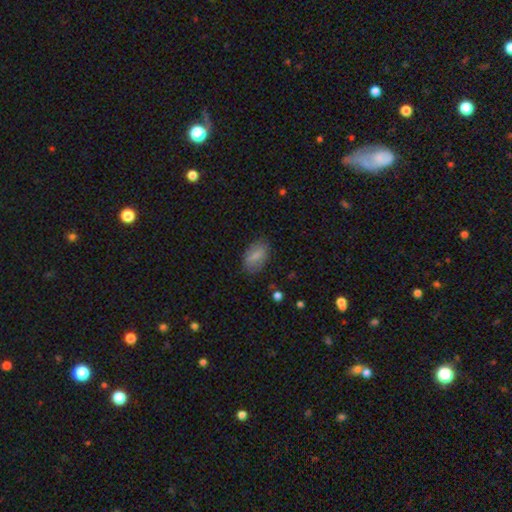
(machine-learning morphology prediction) smooth-or-featured: smooth: 76% | featured or disk: 16% | star or artifact: 8%
  how-rounded: in between: 90% | round: 6% | cigar-shaped: 4%
  merging: none: 78% | minor disturbance: 16% | major disturbance: 5% | merger: 1%